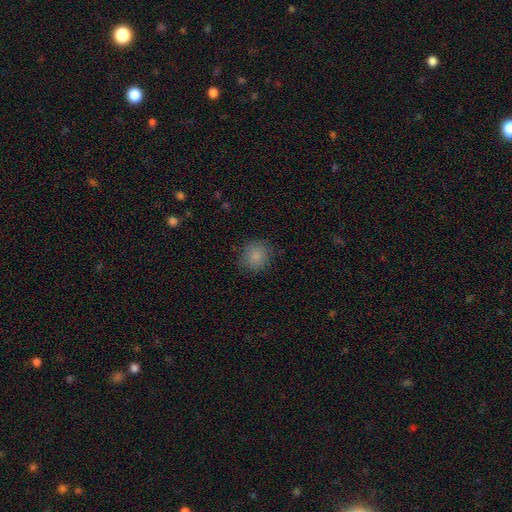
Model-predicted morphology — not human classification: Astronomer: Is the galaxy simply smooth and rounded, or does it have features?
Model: smooth — 85%.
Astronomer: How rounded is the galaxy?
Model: round — 83%.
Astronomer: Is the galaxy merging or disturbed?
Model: none — 82%.